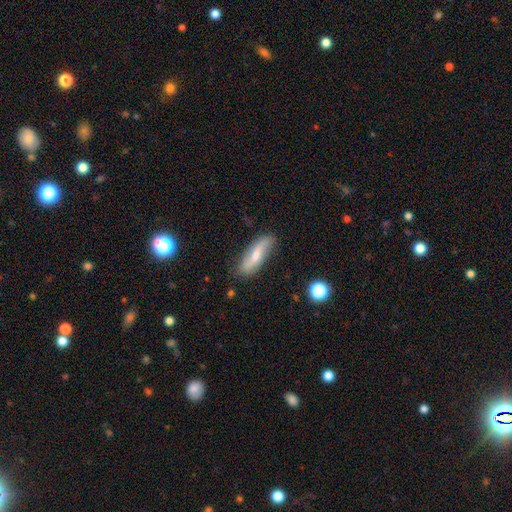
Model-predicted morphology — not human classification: smooth_or_featured: featured or disk (p=0.47) [alt: smooth p=0.46]
merging: none (p=0.80) [alt: minor disturbance p=0.16]